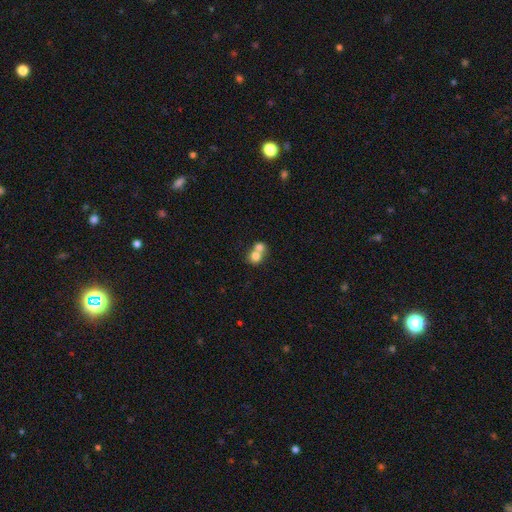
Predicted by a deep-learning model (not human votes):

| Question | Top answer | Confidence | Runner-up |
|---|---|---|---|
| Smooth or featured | smooth | 74% | featured or disk (17%) |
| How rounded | round | 76% | in between (23%) |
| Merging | merger | 68% | none (25%) |